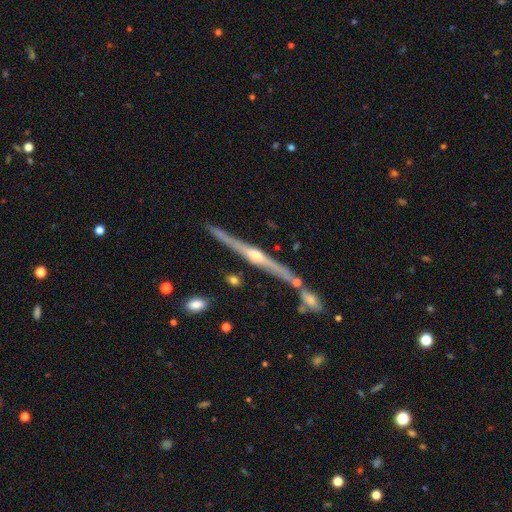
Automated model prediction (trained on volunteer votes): This is clearly a featured or disk galaxy (83%). It is clearly viewed edge-on (98%). Edge-on bulge: clearly rounded (89%). Merging: clearly none (82%).